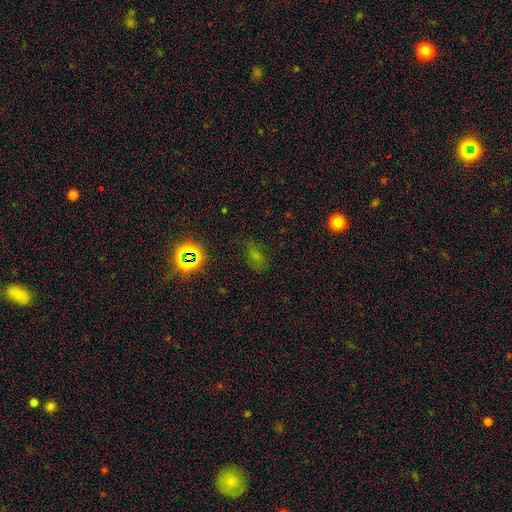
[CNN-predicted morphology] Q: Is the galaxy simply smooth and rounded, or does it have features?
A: smooth — 51%.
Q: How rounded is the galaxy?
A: in between — 80%.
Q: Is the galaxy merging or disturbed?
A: none — 69%.